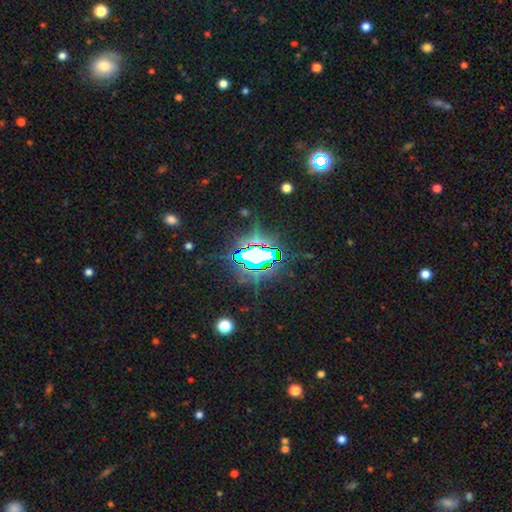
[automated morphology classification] The model was most divided on "smooth or featured": star or artifact: 78%, smooth: 11%, featured or disk: 11%.